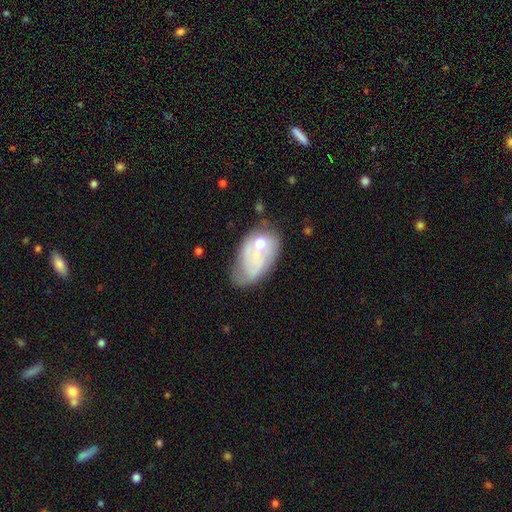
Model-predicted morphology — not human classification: Smooth or featured? featured or disk (50%)
Edge-on disk? no (96%)
Merging? none (32%)